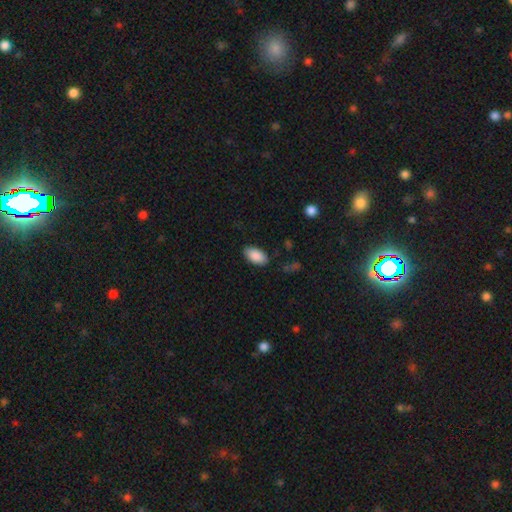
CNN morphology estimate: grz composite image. It shows a smooth galaxy with no disk features (89%) that is in between round and cigar-shaped (95%). Merging: none (86%).